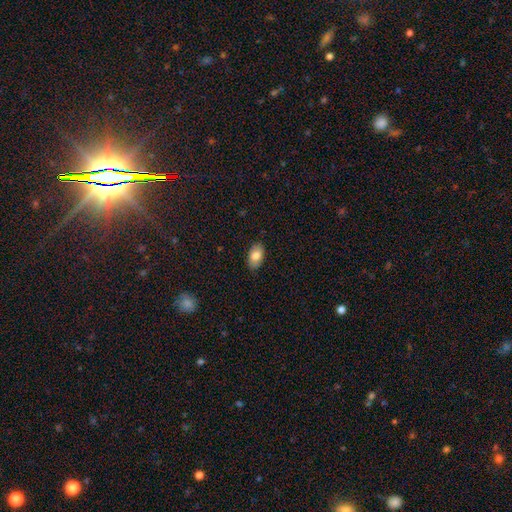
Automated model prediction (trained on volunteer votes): smooth_or_featured: smooth (p=0.82) [alt: featured or disk p=0.12]
how_rounded: in between (p=0.93) [alt: round p=0.05]
merging: none (p=0.86) [alt: minor disturbance p=0.11]